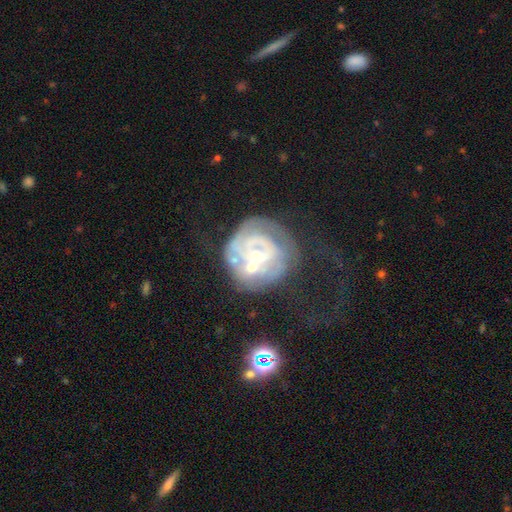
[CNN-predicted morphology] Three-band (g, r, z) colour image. It shows a featured or disk galaxy (71%) with no bar (69%), spiral arms (57%) and a small central bulge (64%). Merging: none (36%).